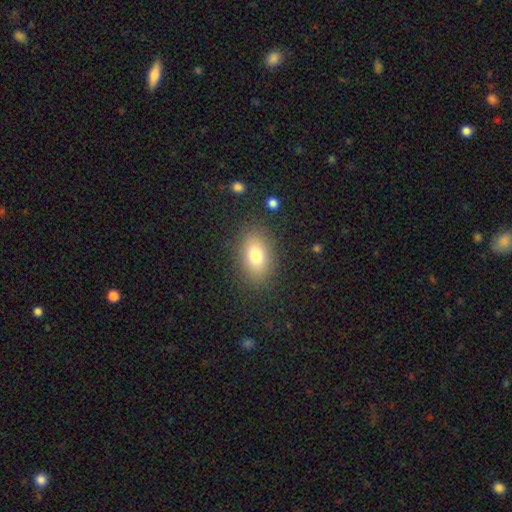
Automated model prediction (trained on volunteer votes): A smooth galaxy with no disk features (78%) that is in between round and cigar-shaped (82%). Merging: none (84%).